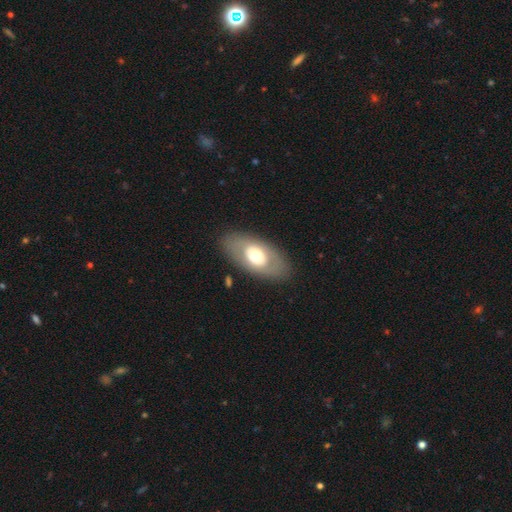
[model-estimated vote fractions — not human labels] smooth 51%, featured or disk 43%, star or artifact 6%. Down the decision tree: how rounded — in between (90%); merging — none (84%).